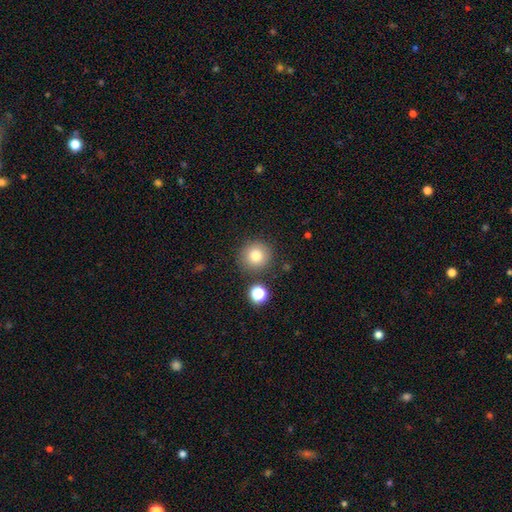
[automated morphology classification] smooth-or-featured: smooth: 80% | star or artifact: 12% | featured or disk: 8%
  how-rounded: round: 94% | in between: 5% | cigar-shaped: 1%
  merging: none: 84% | minor disturbance: 8% | merger: 5% | major disturbance: 3%